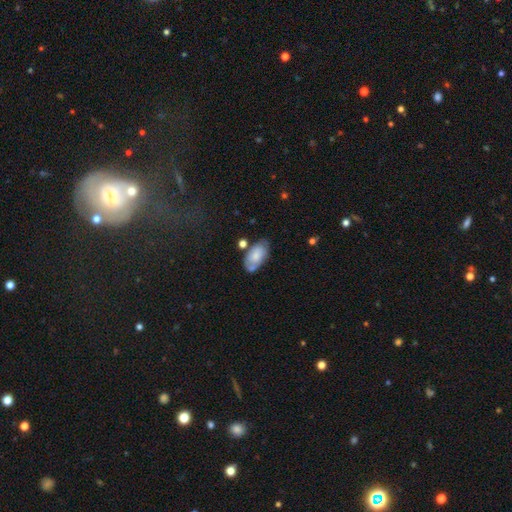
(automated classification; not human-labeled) Smooth or featured? smooth (68%)
How rounded? in between (94%)
Merging? none (57%)